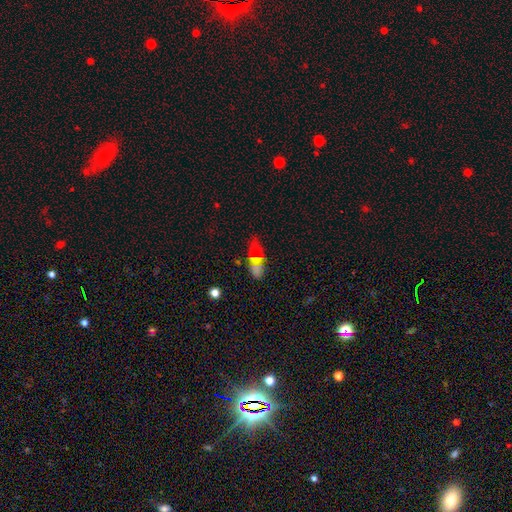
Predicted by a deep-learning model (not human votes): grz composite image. It shows a smooth galaxy with no disk features (60%) that is in between round and cigar-shaped (74%). Merging: none (77%).